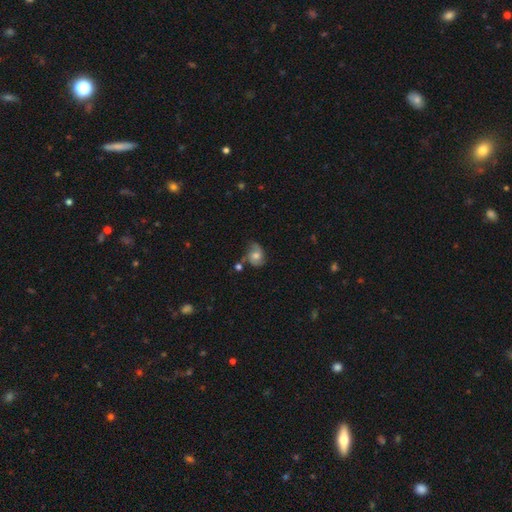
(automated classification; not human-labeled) Smooth or featured?
  - featured or disk: 48% *
  - smooth: 42%
  - star or artifact: 9%
Merging?
  - none: 52% *
  - minor disturbance: 28%
  - major disturbance: 11%
  - merger: 9%